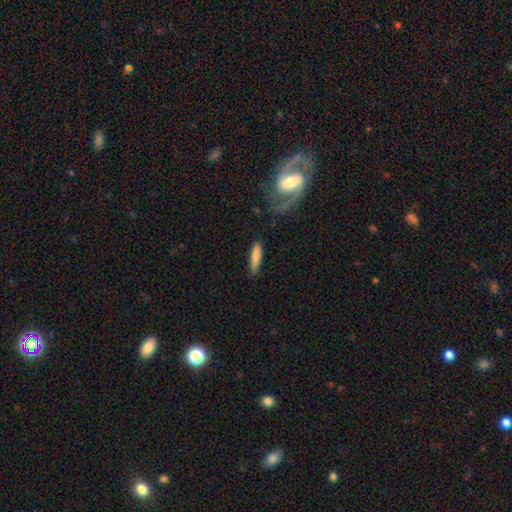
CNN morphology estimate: This is clearly a smooth galaxy (81%). How rounded: likely cigar-shaped (78%). Merging: likely none (79%).